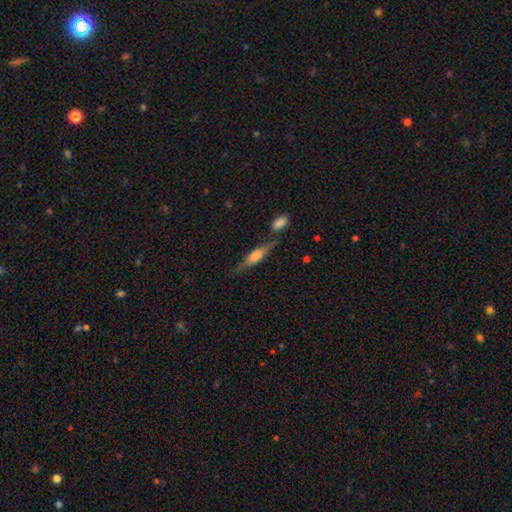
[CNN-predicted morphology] Overall: featured or disk (48%; smooth 45%). Merging: none (63%).